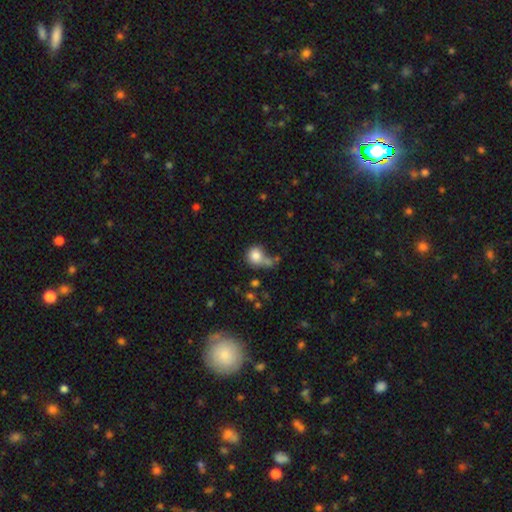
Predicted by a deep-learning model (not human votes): This is clearly a smooth galaxy (80%). How rounded: clearly round (82%). Merging: marginally none (44%).